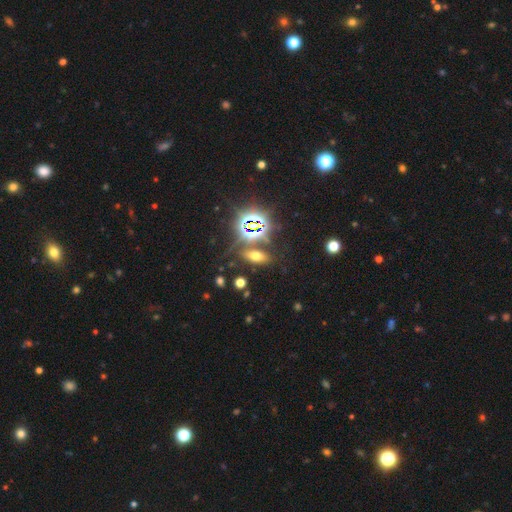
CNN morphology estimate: Smooth or featured? Predicted: smooth (p=0.46). Merging? Predicted: none (p=0.76).